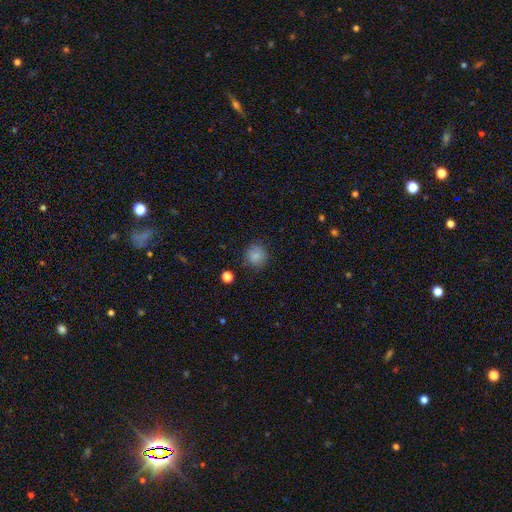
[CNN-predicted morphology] Smooth or featured: smooth — 85% (star or artifact — 10%)
How rounded: round — 92% (in between — 7%)
Merging: none — 86% (minor disturbance — 9%)